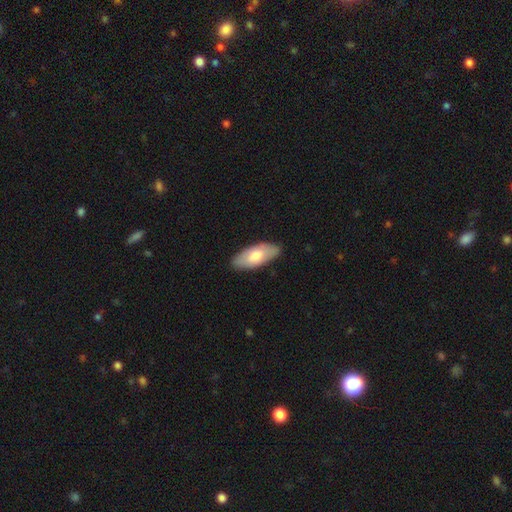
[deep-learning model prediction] A smooth galaxy with no disk features (68%) that is in between round and cigar-shaped (88%).

Vote fractions:
- Smooth or featured? smooth: 68% / featured or disk: 27% / star or artifact: 5%
- How rounded? in between: 88% / cigar-shaped: 10% / round: 2%
- Merging? none: 85% / minor disturbance: 12% / major disturbance: 2% / merger: 1%